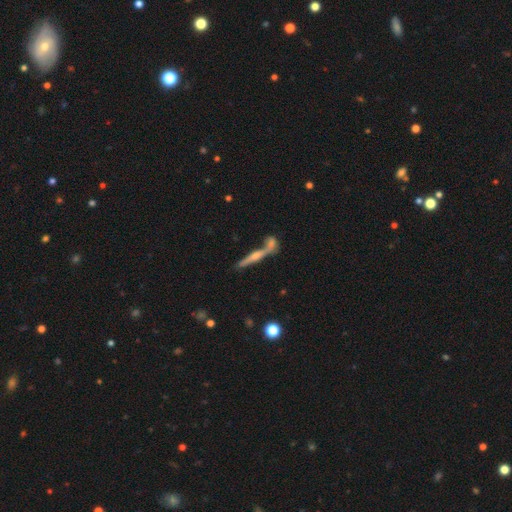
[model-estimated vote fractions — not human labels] smooth-or-featured: featured or disk: 51% | smooth: 33% | star or artifact: 16%
  disk-edge-on: yes: 78% | no: 22%
  merging: none: 50% | merger: 32% | minor disturbance: 11% | major disturbance: 7%